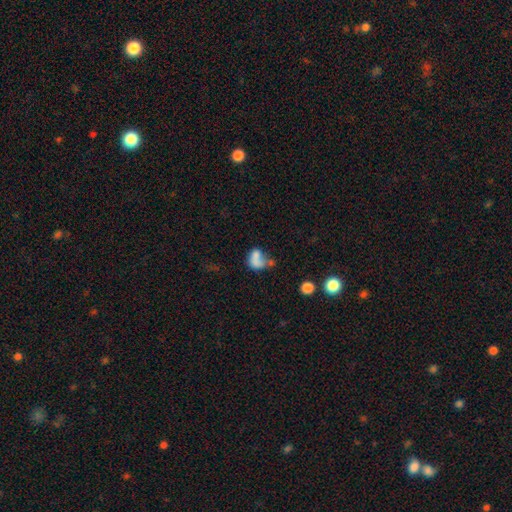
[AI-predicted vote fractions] Morphology: type=smooth (65%); roundness=in between (68%); merging=merger (34%).